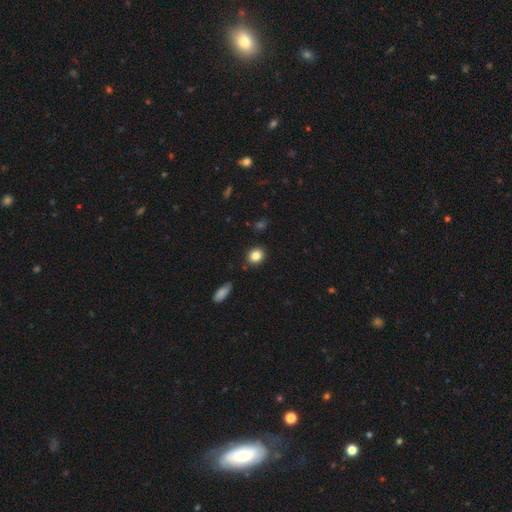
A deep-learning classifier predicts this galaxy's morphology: This appears to be a smooth galaxy with no disk features (84%) that is round (66%). Merging: none (86%).